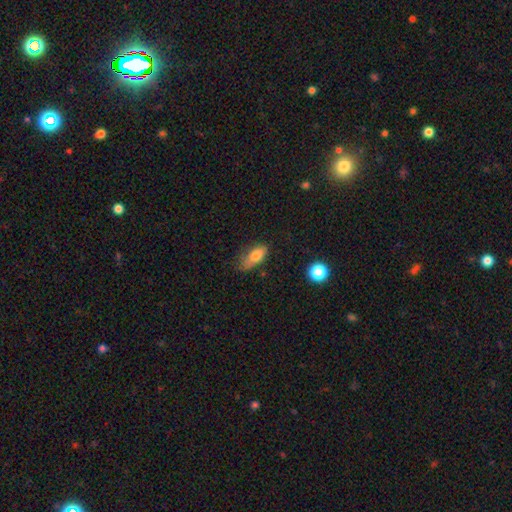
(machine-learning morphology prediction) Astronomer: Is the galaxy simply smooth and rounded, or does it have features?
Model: smooth — 78%.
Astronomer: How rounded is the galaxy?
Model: in between — 84%.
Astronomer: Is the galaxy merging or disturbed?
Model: none — 47% (runner-up: minor disturbance, 37%).